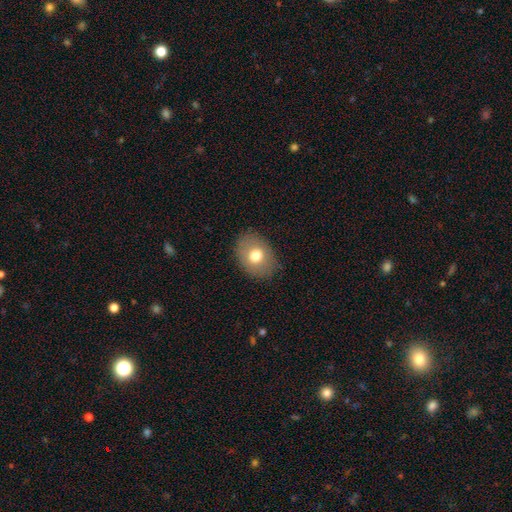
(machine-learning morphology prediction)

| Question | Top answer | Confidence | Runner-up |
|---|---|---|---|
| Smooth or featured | smooth | 73% | featured or disk (19%) |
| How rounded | in between | 65% | round (34%) |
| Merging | none | 85% | minor disturbance (11%) |